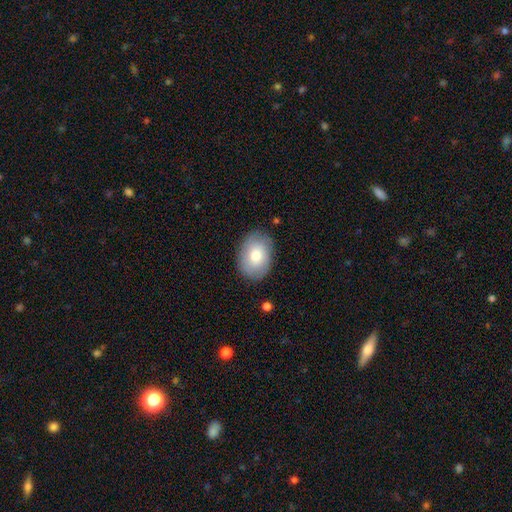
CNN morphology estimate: Overall: smooth (75%). How rounded: in between (81%). Merging: none (83%).